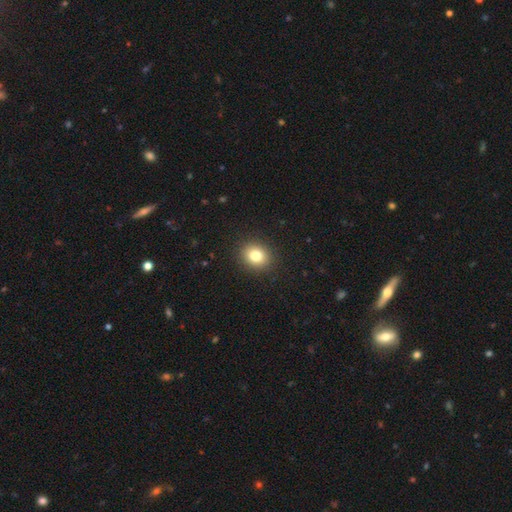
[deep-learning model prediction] Smooth or featured? smooth (81%)
How rounded? round (65%)
Merging? none (90%)